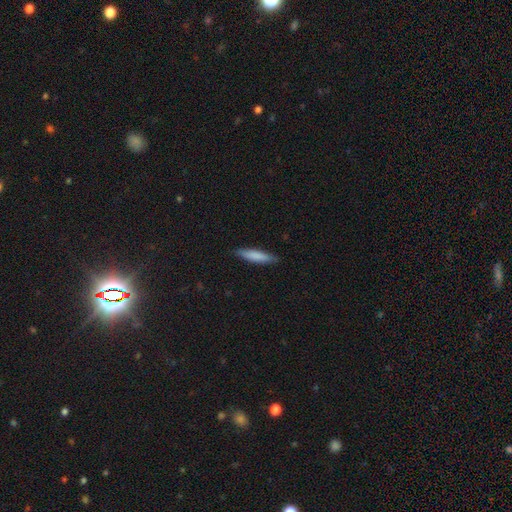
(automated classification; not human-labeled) Q: Smooth or featured?
A: smooth (80%); runner-up: featured or disk (15%)
Q: How rounded?
A: cigar-shaped (85%); runner-up: in between (14%)
Q: Merging?
A: none (86%); runner-up: minor disturbance (11%)